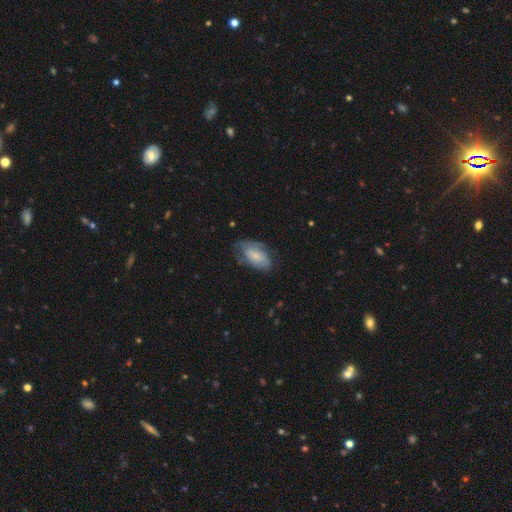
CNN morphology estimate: A smooth galaxy with no disk features (49%). Merging: none (57%).